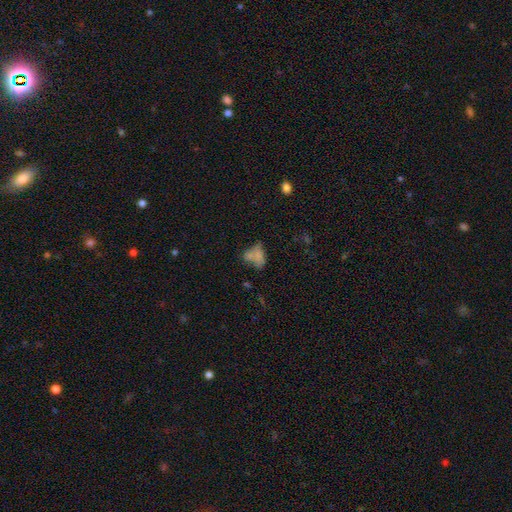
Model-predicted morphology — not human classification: This appears to be a smooth galaxy with no disk features (62%) that is in between round and cigar-shaped (75%). Merging: none (30%).